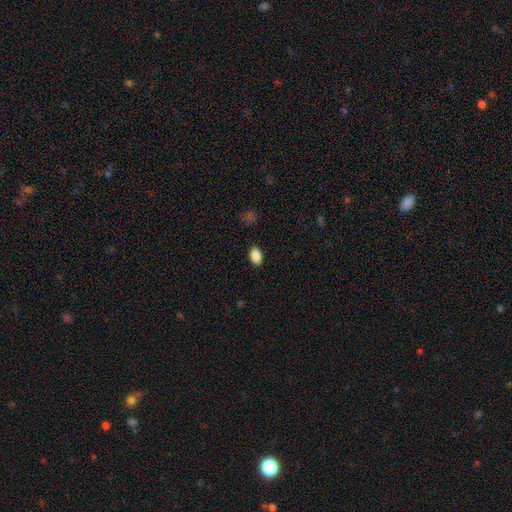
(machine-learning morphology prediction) This is clearly a smooth galaxy (88%). How rounded: clearly in between (91%). Merging: clearly none (88%).